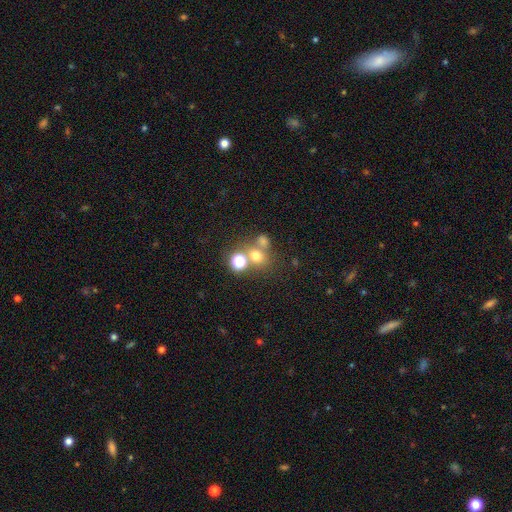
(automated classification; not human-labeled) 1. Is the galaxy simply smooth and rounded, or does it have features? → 65% smooth, 23% star or artifact, 12% featured or disk.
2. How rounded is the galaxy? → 72% round, 27% in between, 1% cigar-shaped.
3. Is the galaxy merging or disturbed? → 49% none, 36% merger, 9% minor disturbance, 6% major disturbance.